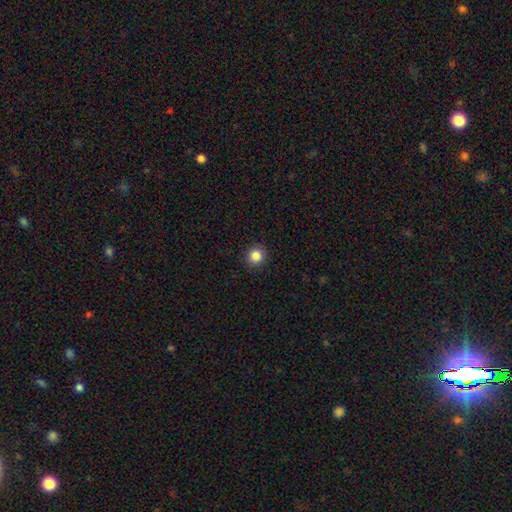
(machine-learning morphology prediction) The model was most divided on "smooth or featured": smooth: 85%, star or artifact: 11%, featured or disk: 4%. More confident: how rounded — round (92%); merging — none (92%).